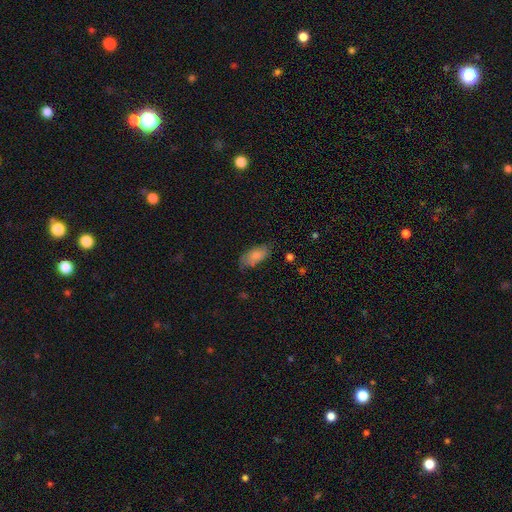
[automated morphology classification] Smooth or featured?
  - smooth: 80% *
  - featured or disk: 13%
  - star or artifact: 7%
How rounded?
  - in between: 89% *
  - cigar-shaped: 9%
  - round: 3%
Merging?
  - none: 68% *
  - minor disturbance: 24%
  - major disturbance: 6%
  - merger: 2%